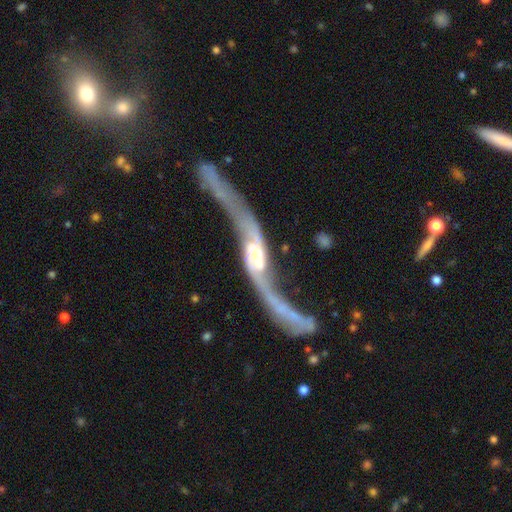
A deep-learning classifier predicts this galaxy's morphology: This is clearly a featured or disk galaxy (86%). It is likely not viewed edge-on (80%). Bar: marginally no (45%). Spiral arm pattern: clearly yes (91%). Spiral arm count: clearly 2 (92%). Spiral winding: clearly loose (90%). Central bulge: marginally moderate (38%). Merging: marginally none (35%).